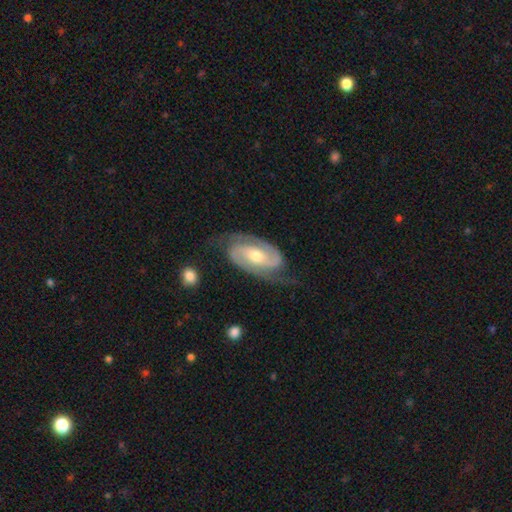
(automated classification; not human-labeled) Smooth or featured? featured or disk (90%)
Edge-on disk? no (97%)
Bar? no (40%)
Spiral arms? yes (98%)
Spiral winding? medium (46%)
Spiral arm count? 2 (92%)
Bulge size? moderate (69%)
Merging? none (74%)